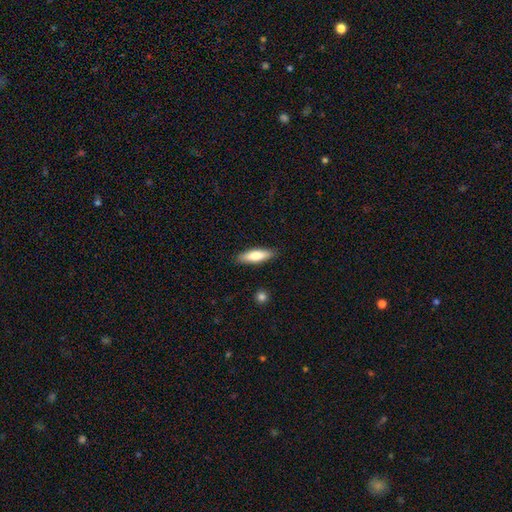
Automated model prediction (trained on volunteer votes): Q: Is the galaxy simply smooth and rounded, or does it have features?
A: smooth — 73%.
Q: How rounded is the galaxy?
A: cigar-shaped — 53%.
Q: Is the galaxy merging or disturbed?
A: none — 88%.